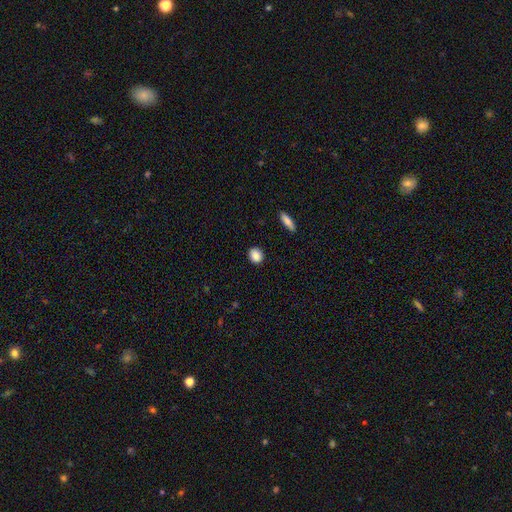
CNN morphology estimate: type=smooth (87%); roundness=round (67%); merging=none (89%).